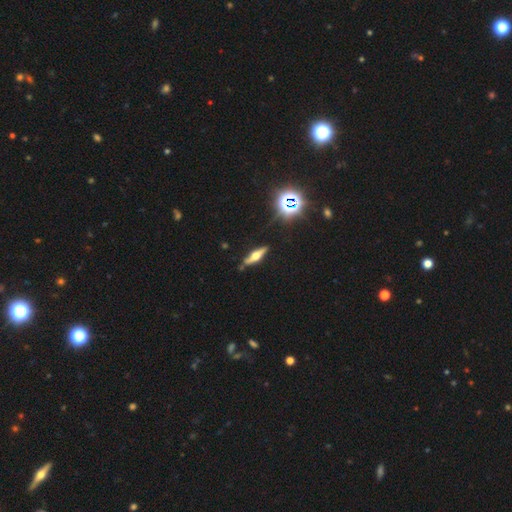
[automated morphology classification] A featured or disk galaxy (63%) viewed edge-on (94%) with a rounded central bulge (92%).

Vote fractions:
- Smooth or featured? featured or disk: 63% / smooth: 25% / star or artifact: 11%
- Edge-on disk? yes: 94% / no: 6%
- Edge-on bulge? rounded: 92% / boxy: 6% / none: 2%
- Merging? none: 83% / minor disturbance: 12% / major disturbance: 3% / merger: 3%